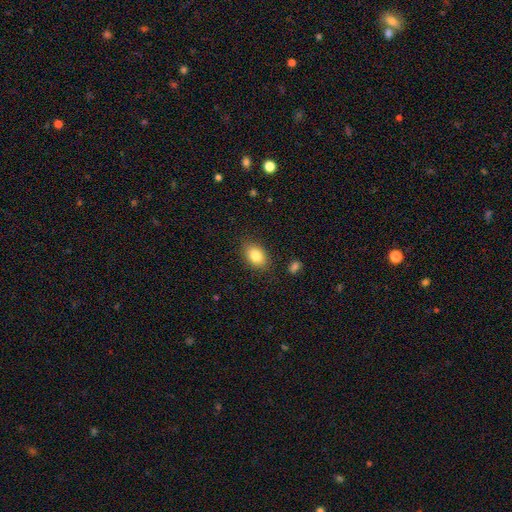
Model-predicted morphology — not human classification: A smooth galaxy with no disk features (83%) that is in between round and cigar-shaped (83%). Merging: none (84%).